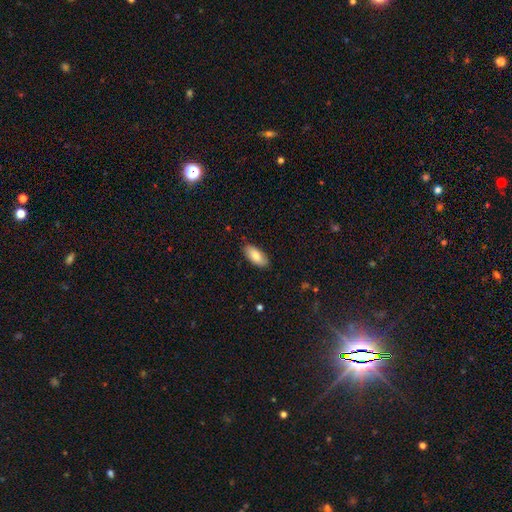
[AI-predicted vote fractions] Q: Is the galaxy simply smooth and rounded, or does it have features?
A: smooth — 79%.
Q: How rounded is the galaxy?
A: in between — 89%.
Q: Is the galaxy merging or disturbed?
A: none — 86%.